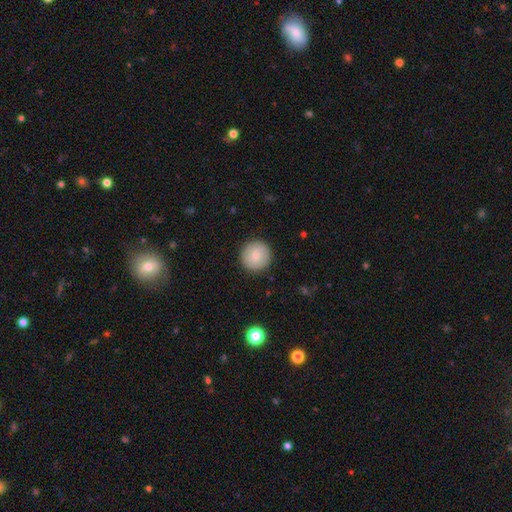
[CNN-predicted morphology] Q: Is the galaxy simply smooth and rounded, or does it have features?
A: smooth — 82%.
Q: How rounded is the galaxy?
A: round — 96%.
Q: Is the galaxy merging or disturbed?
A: none — 92%.